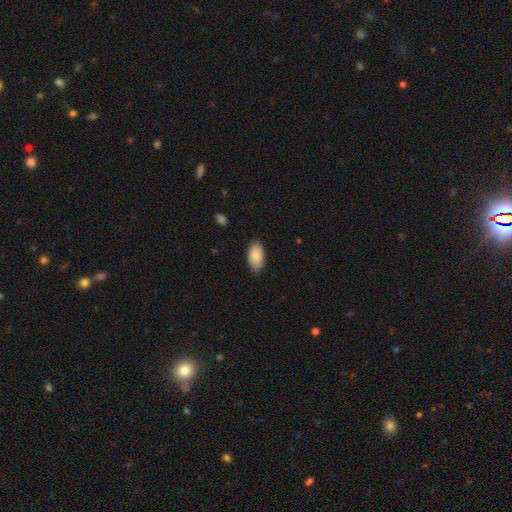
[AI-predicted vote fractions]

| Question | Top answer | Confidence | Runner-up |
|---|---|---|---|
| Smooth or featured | smooth | 88% | star or artifact (6%) |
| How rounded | in between | 95% | round (3%) |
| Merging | none | 83% | minor disturbance (14%) |